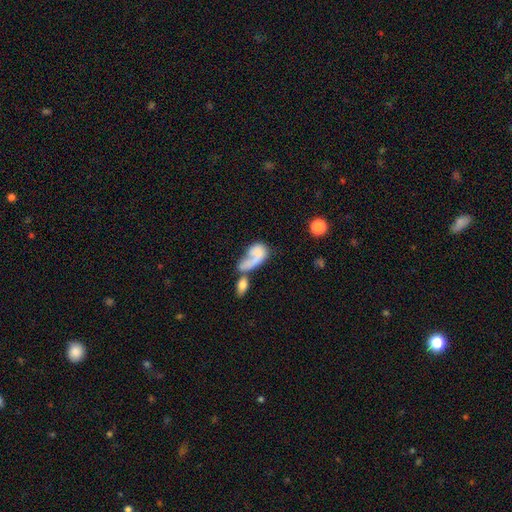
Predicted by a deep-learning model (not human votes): Morphology: type=smooth (54%); roundness=in between (79%); merging=merger (48%).